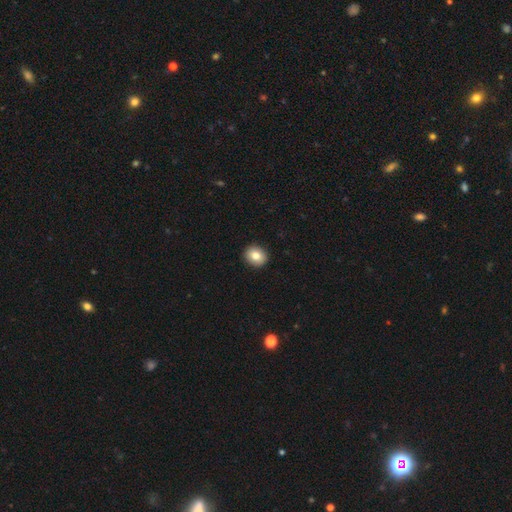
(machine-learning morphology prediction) smooth-or-featured: smooth: 82% | featured or disk: 9% | star or artifact: 9%
  how-rounded: round: 76% | in between: 23% | cigar-shaped: 1%
  merging: none: 92% | minor disturbance: 6% | major disturbance: 2% | merger: 1%